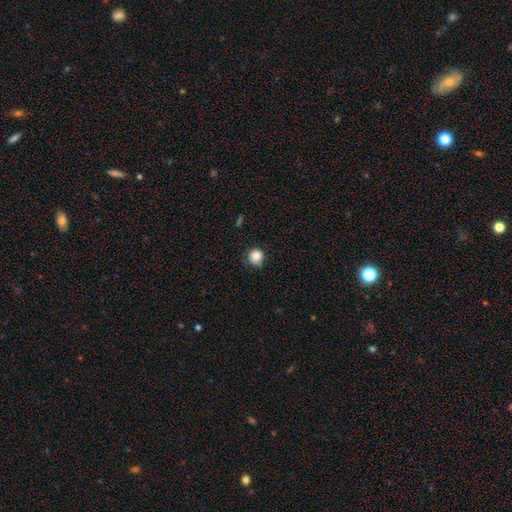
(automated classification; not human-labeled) Smooth or featured: smooth — 83% (star or artifact — 11%)
How rounded: round — 91% (in between — 8%)
Merging: none — 77% (minor disturbance — 18%)